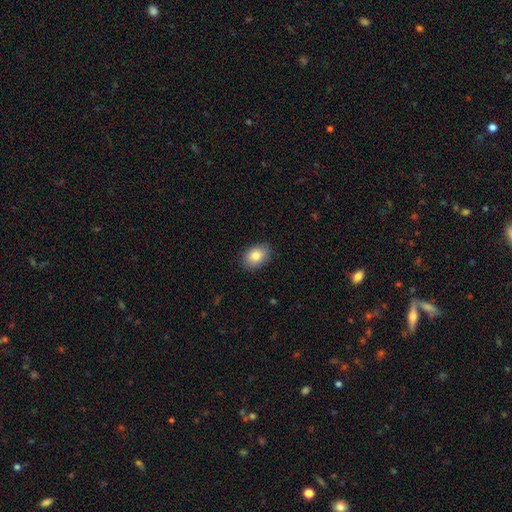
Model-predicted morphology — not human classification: Smooth or featured? smooth (83%)
How rounded? in between (77%)
Merging? none (88%)